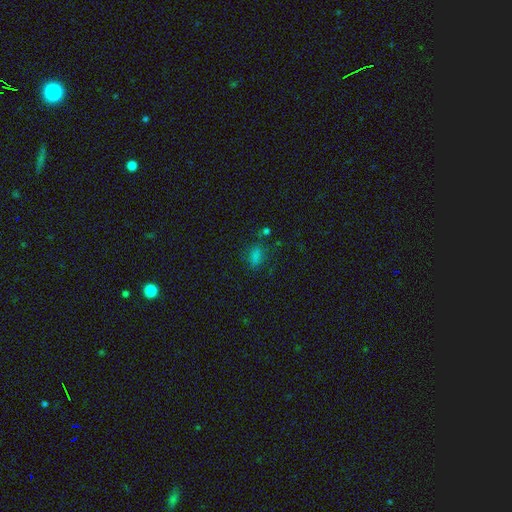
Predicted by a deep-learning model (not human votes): A smooth galaxy with no disk features (65%) that is in between round and cigar-shaped (76%). Merging: none (71%).